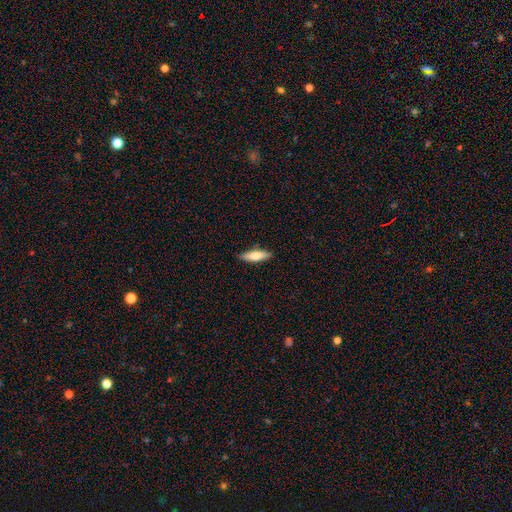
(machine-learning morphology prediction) A smooth galaxy with no disk features (68%) that is cigar-shaped (59%).

Vote fractions:
- Smooth or featured? smooth: 68% / featured or disk: 26% / star or artifact: 6%
- How rounded? cigar-shaped: 59% / in between: 39% / round: 2%
- Merging? none: 88% / minor disturbance: 9% / major disturbance: 2% / merger: 1%